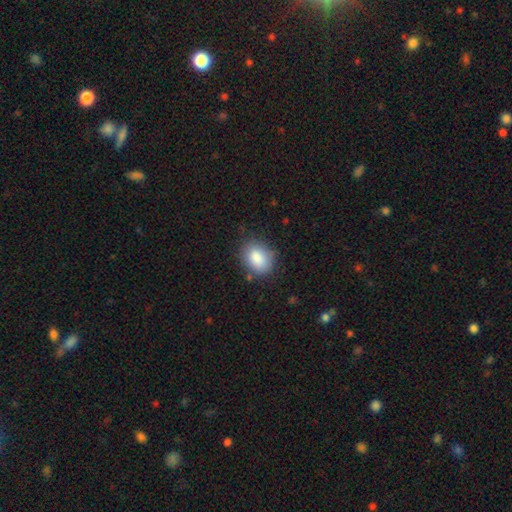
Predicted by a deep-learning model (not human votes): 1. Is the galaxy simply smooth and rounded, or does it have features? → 86% smooth, 8% star or artifact, 6% featured or disk.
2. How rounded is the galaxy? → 60% in between, 39% round, 1% cigar-shaped.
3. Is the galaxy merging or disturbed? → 79% none, 16% minor disturbance, 4% major disturbance, 2% merger.